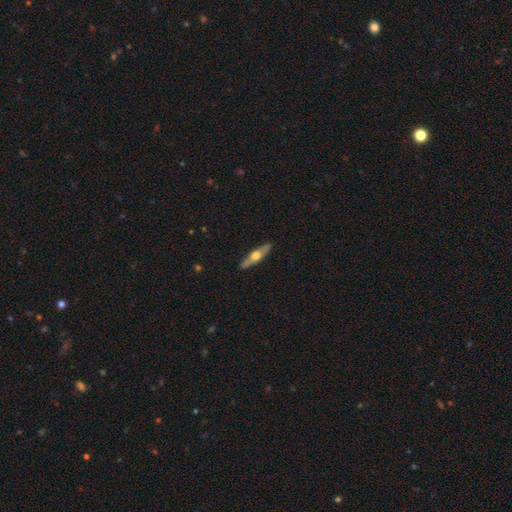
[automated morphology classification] This is likely a featured or disk galaxy (62%). It is clearly viewed edge-on (93%). Edge-on bulge: clearly rounded (94%). Merging: clearly none (90%).